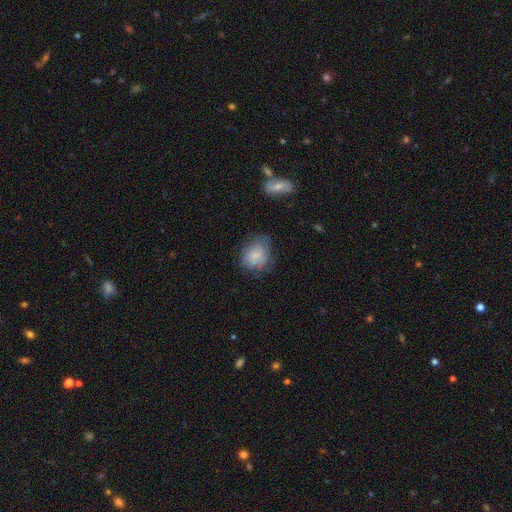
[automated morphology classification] Smooth or featured? Predicted: smooth (p=0.75). How rounded? Predicted: in between (p=0.51). Merging? Predicted: none (p=0.56).